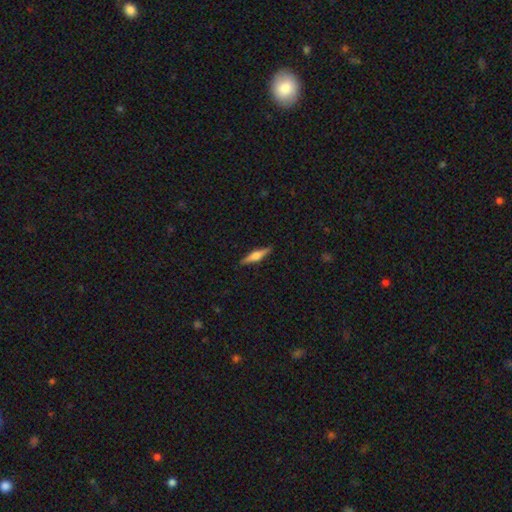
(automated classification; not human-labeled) Q: Smooth or featured?
A: featured or disk (61%); runner-up: smooth (33%)
Q: Edge-on disk?
A: yes (97%); runner-up: no (3%)
Q: Edge-on bulge?
A: rounded (90%); runner-up: boxy (7%)
Q: Merging?
A: none (91%); runner-up: minor disturbance (7%)